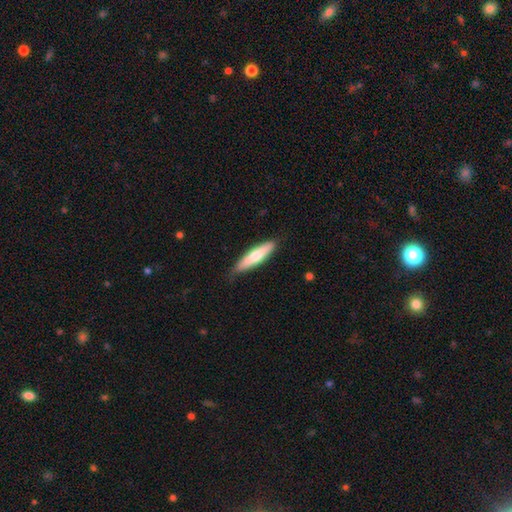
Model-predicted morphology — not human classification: The model was most divided on "smooth or featured": smooth: 67%, featured or disk: 27%, star or artifact: 5%. More confident: merging — none (82%); how rounded — cigar-shaped (79%).